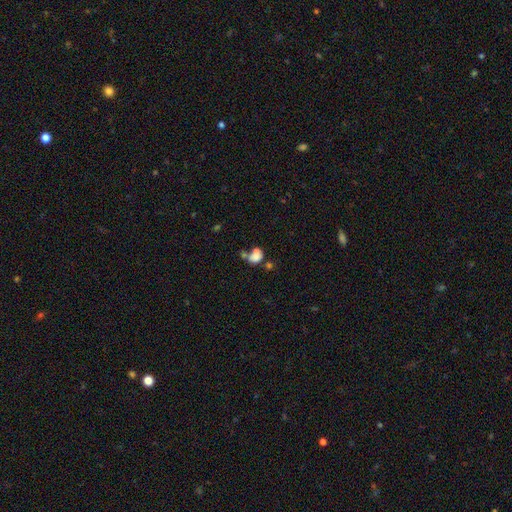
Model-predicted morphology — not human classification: A smooth galaxy with no disk features (69%) that is in between round and cigar-shaped (56%).

Vote fractions:
- Smooth or featured? smooth: 69% / featured or disk: 19% / star or artifact: 12%
- How rounded? in between: 56% / round: 42% / cigar-shaped: 2%
- Merging? merger: 51% / none: 24% / minor disturbance: 13% / major disturbance: 12%